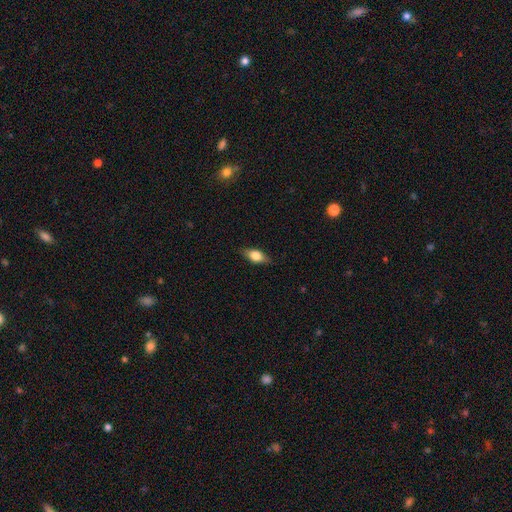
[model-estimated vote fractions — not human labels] Morphology: type=smooth (65%); roundness=in between (78%); merging=none (83%).